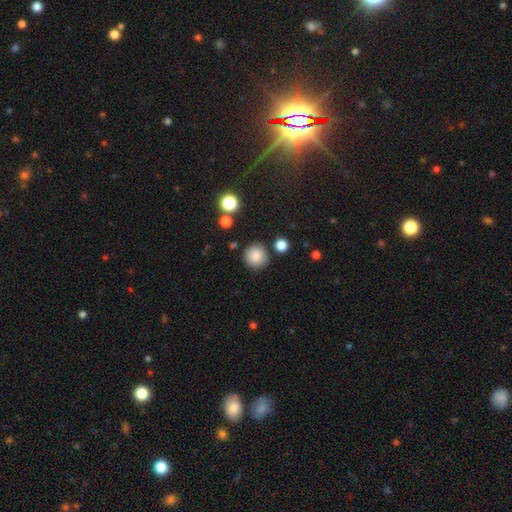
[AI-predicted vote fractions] Overall: smooth (85%). How rounded: round (94%). Merging: none (86%).